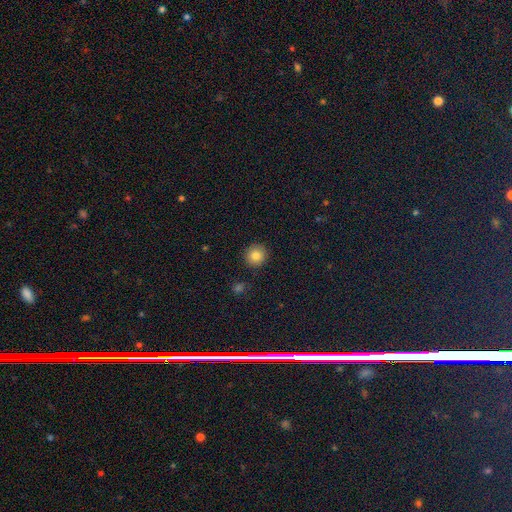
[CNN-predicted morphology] Q: Smooth or featured?
A: smooth (82%); runner-up: star or artifact (10%)
Q: How rounded?
A: round (92%); runner-up: in between (7%)
Q: Merging?
A: none (91%); runner-up: minor disturbance (6%)